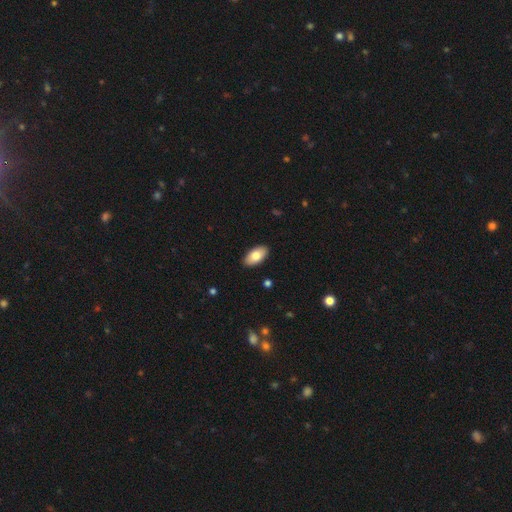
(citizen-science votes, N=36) A smooth galaxy with no disk features (78%) that is in between round and cigar-shaped (100%).

Vote fractions:
- Smooth or featured? smooth: 78% / featured or disk: 19% / star or artifact: 3%
- How rounded? in between: 100% / round: 0% / cigar-shaped: 0%
- Merging? none: 91% / minor disturbance: 9% / major disturbance: 0% / merger: 0%